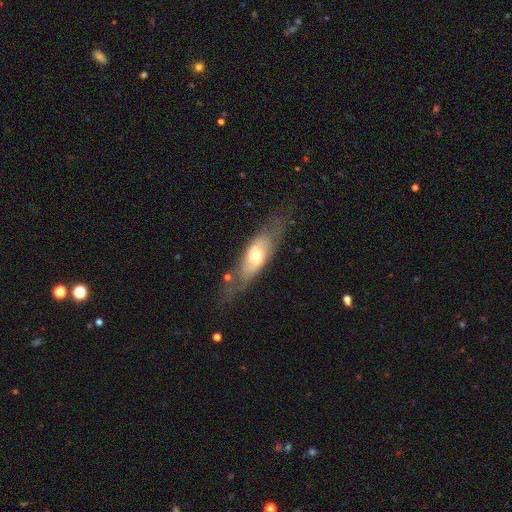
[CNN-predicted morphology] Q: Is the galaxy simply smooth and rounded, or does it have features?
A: featured or disk — 50%.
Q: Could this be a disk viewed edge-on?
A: no — 70%.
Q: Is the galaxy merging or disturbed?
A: none — 54%.